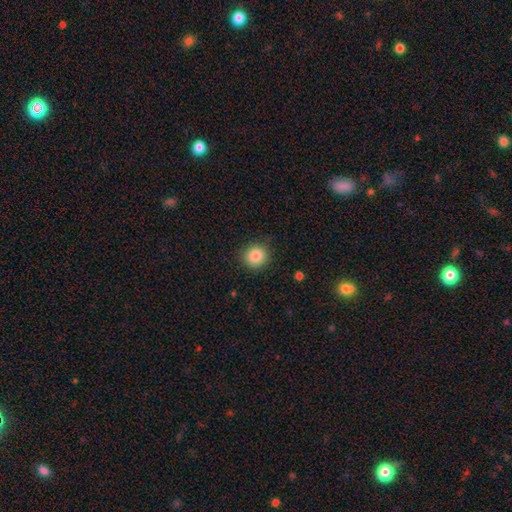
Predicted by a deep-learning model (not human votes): Smooth or featured? Predicted: smooth (p=0.86). How rounded? Predicted: round (p=0.91). Merging? Predicted: none (p=0.88).